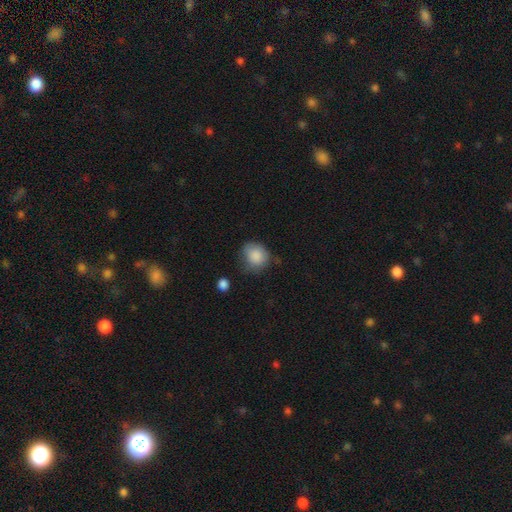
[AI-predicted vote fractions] smooth_or_featured: smooth (p=0.86) [alt: star or artifact p=0.08]
how_rounded: round (p=0.68) [alt: in between p=0.31]
merging: none (p=0.57) [alt: minor disturbance p=0.31]